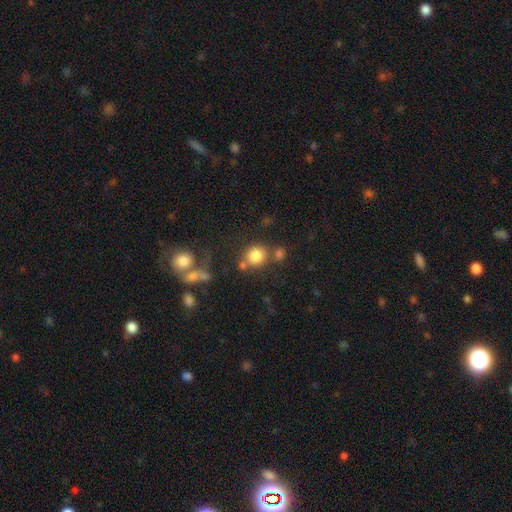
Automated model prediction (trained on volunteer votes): Smooth or featured?
  - smooth: 82% *
  - star or artifact: 11%
  - featured or disk: 7%
How rounded?
  - round: 84% *
  - in between: 15%
  - cigar-shaped: 1%
Merging?
  - none: 66% *
  - merger: 18%
  - minor disturbance: 11%
  - major disturbance: 5%